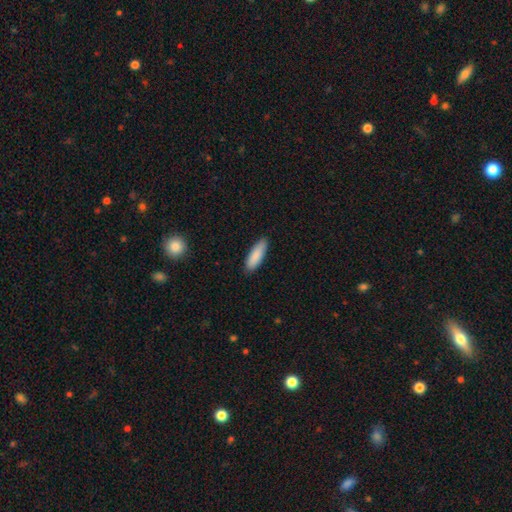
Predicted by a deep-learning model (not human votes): Morphology: type=smooth (88%); roundness=in between (50%); merging=none (86%).